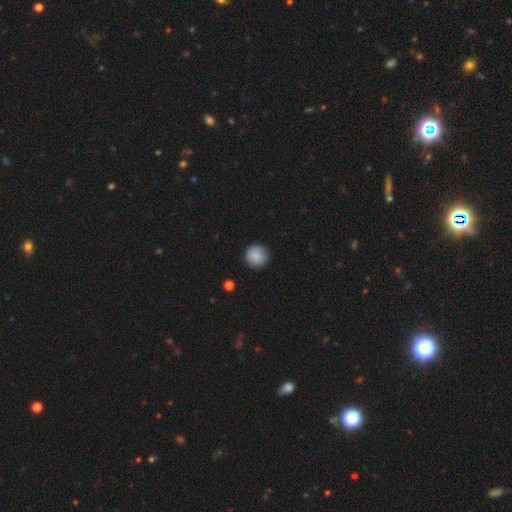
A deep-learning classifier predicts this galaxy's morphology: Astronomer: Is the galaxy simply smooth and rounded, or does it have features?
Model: smooth — 88%.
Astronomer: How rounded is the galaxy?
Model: round — 94%.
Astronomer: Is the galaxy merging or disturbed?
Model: none — 88%.